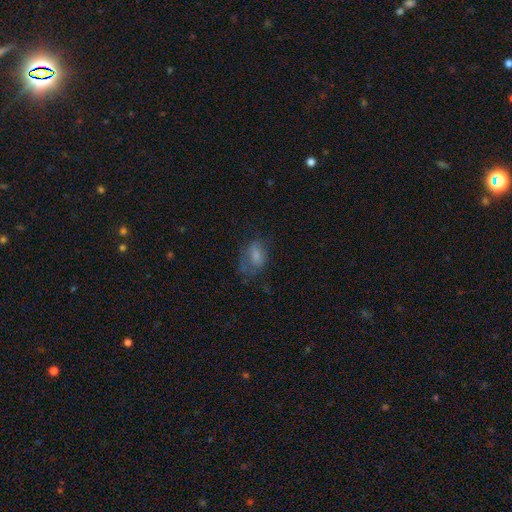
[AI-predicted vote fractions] smooth_or_featured: smooth (p=0.65) [alt: featured or disk p=0.24]
how_rounded: in between (p=0.82) [alt: round p=0.15]
merging: none (p=0.42) [alt: major disturbance p=0.29]